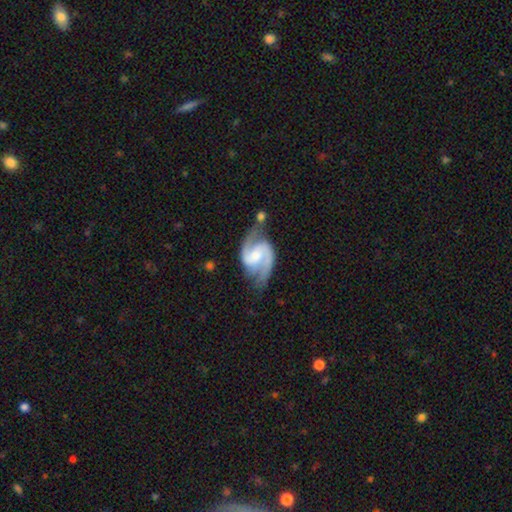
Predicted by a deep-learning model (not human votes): A featured or disk galaxy (92%) with a weak bar (47%), 2 (94%) medium (60%) spiral arms (98%) and a moderate central bulge (41%). Merging: none (70%).